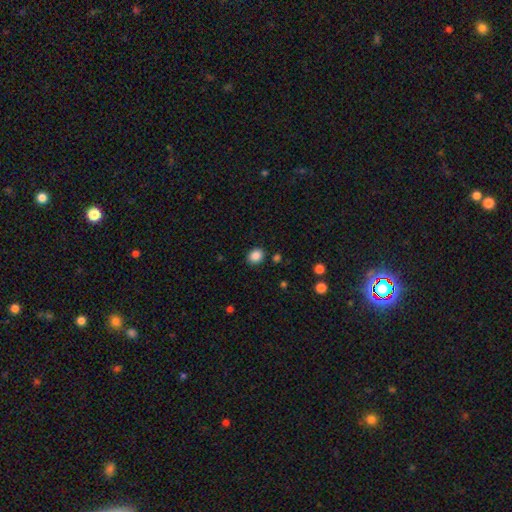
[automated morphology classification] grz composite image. It shows a smooth galaxy with no disk features (87%) that is round (59%). Merging: none (87%).